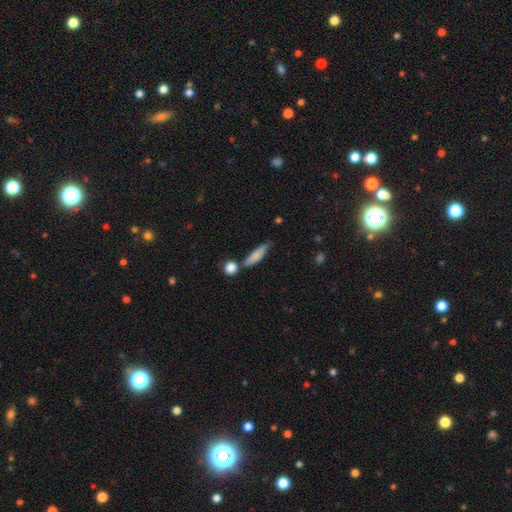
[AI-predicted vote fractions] Q: Smooth or featured?
A: smooth (77%); runner-up: featured or disk (16%)
Q: How rounded?
A: cigar-shaped (68%); runner-up: in between (29%)
Q: Merging?
A: none (59%); runner-up: minor disturbance (22%)